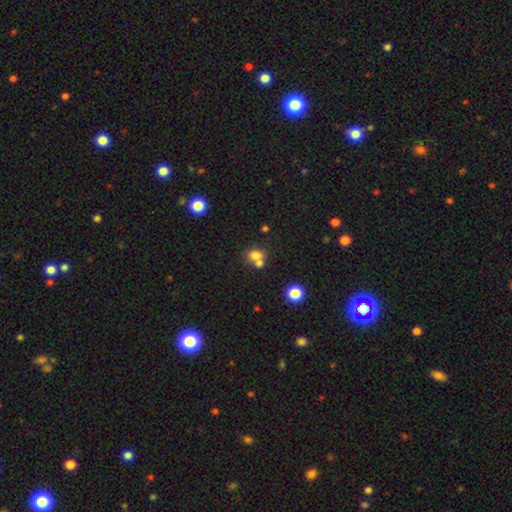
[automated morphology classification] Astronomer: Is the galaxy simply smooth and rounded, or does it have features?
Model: smooth — 75%.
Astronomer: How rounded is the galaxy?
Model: round — 59% (runner-up: in between, 40%).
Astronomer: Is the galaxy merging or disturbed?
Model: merger — 45% (runner-up: none, 43%).